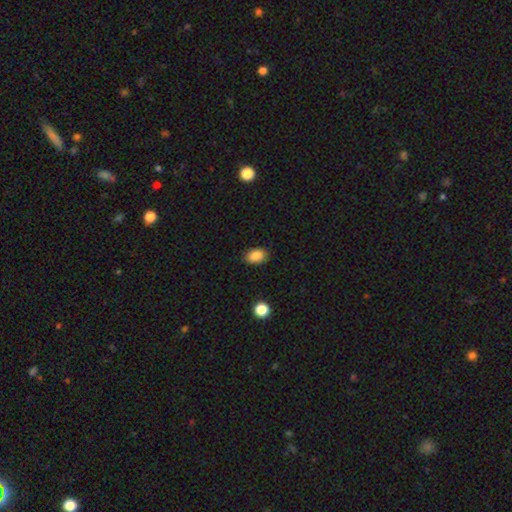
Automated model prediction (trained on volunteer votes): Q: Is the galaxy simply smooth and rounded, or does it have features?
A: smooth — 86%.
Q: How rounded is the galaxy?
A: in between — 83%.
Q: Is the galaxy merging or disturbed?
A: none — 86%.